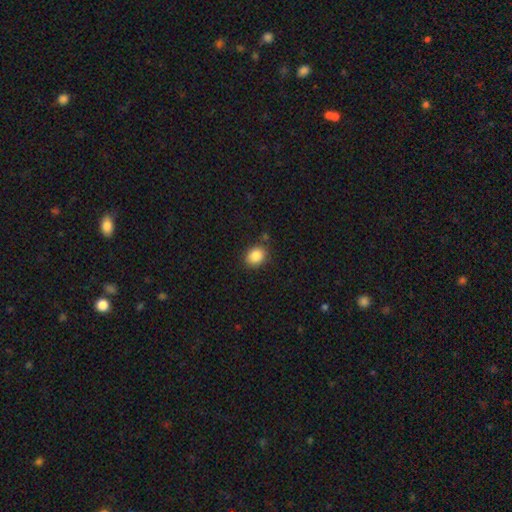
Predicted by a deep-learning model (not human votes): Morphology: type=smooth (86%); roundness=round (56%); merging=none (83%).